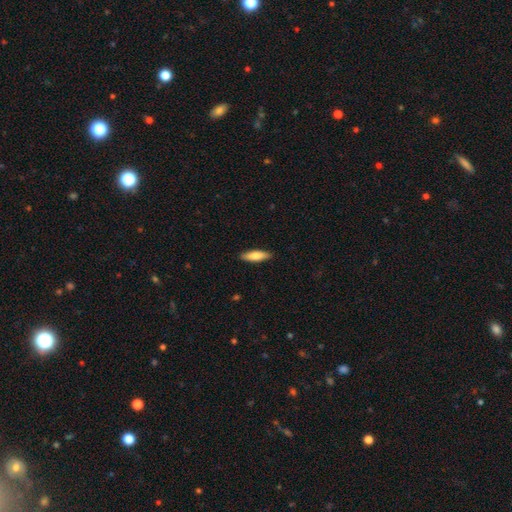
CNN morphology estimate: smooth 78%, featured or disk 16%, star or artifact 6%. Down the decision tree: how rounded — cigar-shaped (55%); merging — none (89%).